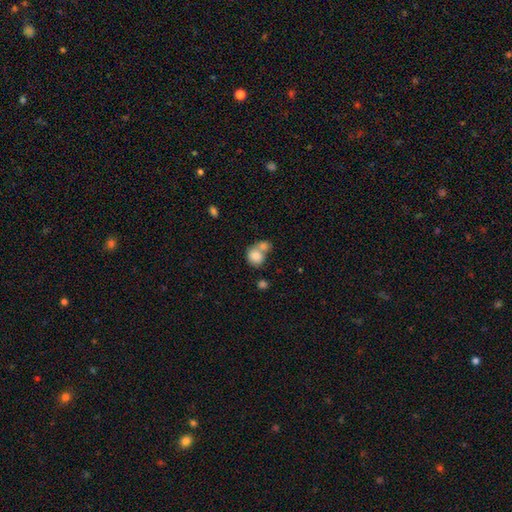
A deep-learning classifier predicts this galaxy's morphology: smooth_or_featured: smooth (p=0.82) [alt: featured or disk p=0.10]
how_rounded: round (p=0.57) [alt: in between p=0.42]
merging: merger (p=0.60) [alt: none p=0.27]